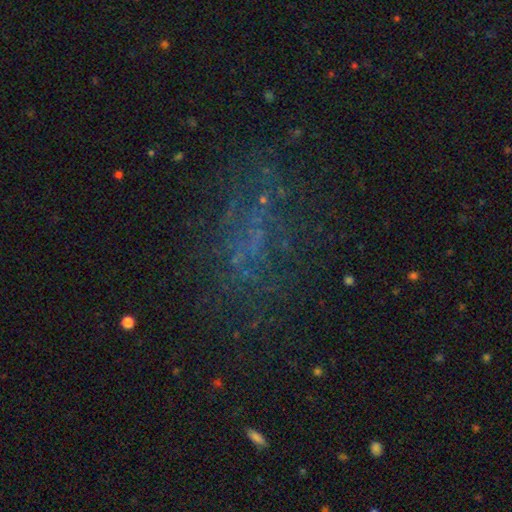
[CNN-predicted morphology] smooth_or_featured: featured or disk (p=0.39) [alt: star or artifact p=0.37]
merging: none (p=0.59) [alt: major disturbance p=0.23]